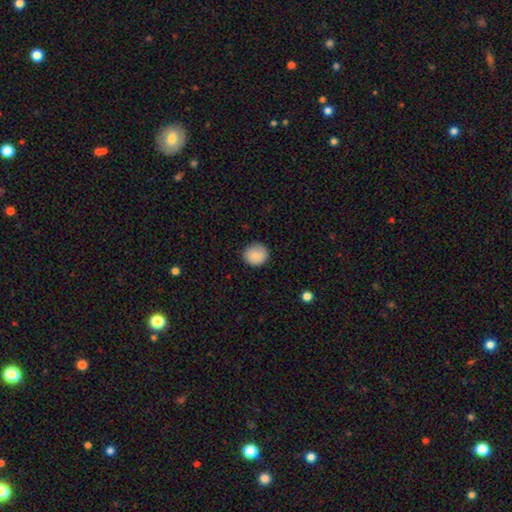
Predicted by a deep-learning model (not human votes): Smooth or featured: smooth — 88% (star or artifact — 7%)
How rounded: round — 90% (in between — 9%)
Merging: none — 88% (minor disturbance — 9%)